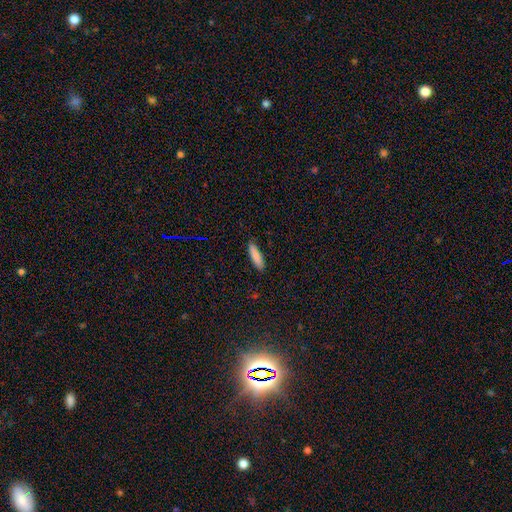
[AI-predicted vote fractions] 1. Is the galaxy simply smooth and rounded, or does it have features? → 86% smooth, 8% featured or disk, 6% star or artifact.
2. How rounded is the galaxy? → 68% cigar-shaped, 30% in between, 1% round.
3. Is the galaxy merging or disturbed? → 87% none, 10% minor disturbance, 2% major disturbance, 1% merger.